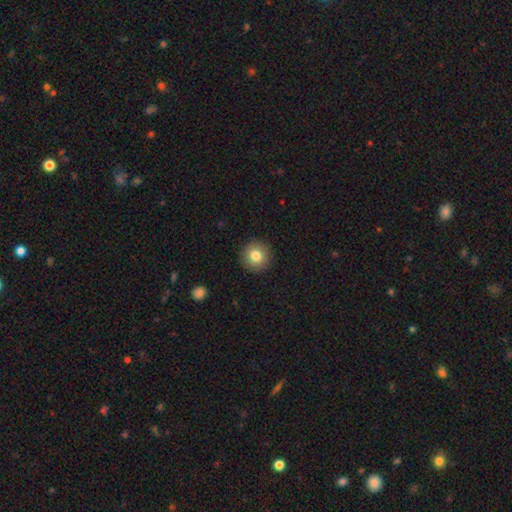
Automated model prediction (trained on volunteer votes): Overall: smooth (81%). How rounded: round (95%). Merging: none (92%).